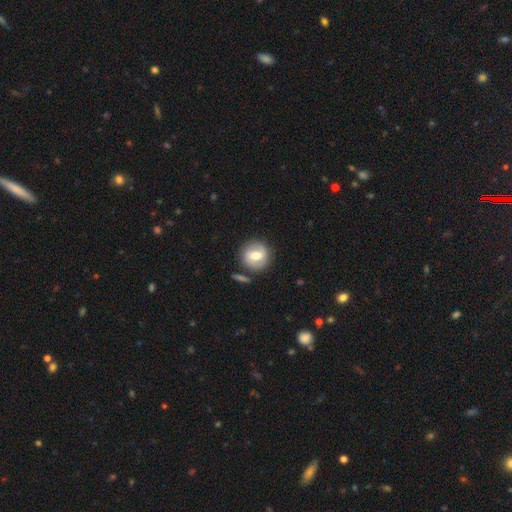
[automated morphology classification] This appears to be a smooth galaxy with no disk features (57%) that is round (89%). Merging: none (80%).